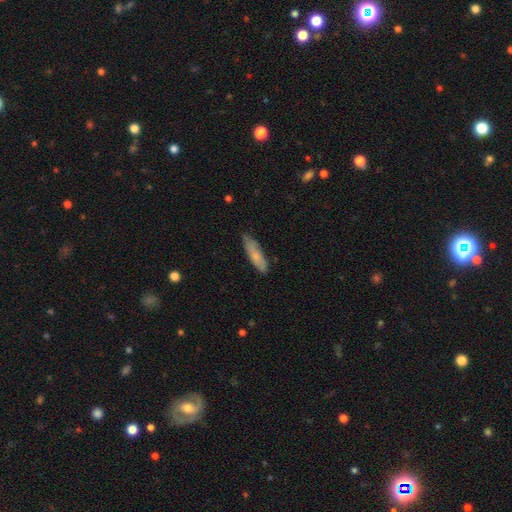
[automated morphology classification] Smooth or featured? smooth (72%)
How rounded? cigar-shaped (65%)
Merging? none (76%)